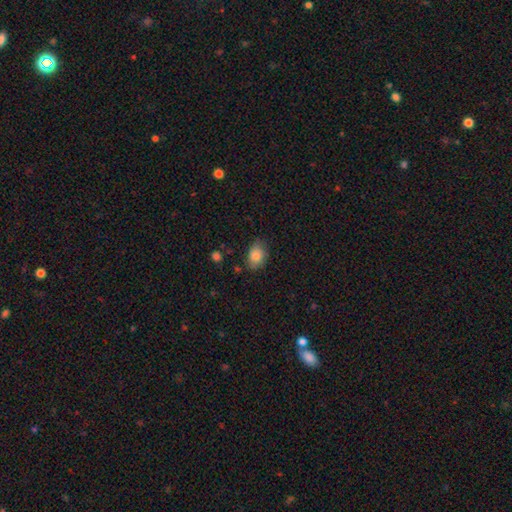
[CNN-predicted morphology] type=smooth (83%); roundness=in between (77%); merging=none (72%).